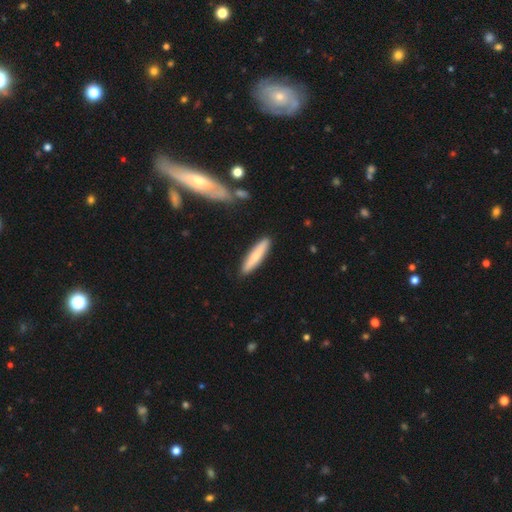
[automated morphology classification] Smooth or featured?
  - smooth: 70% *
  - featured or disk: 25%
  - star or artifact: 5%
How rounded?
  - cigar-shaped: 87% *
  - in between: 11%
  - round: 1%
Merging?
  - none: 88% *
  - minor disturbance: 8%
  - merger: 2%
  - major disturbance: 2%